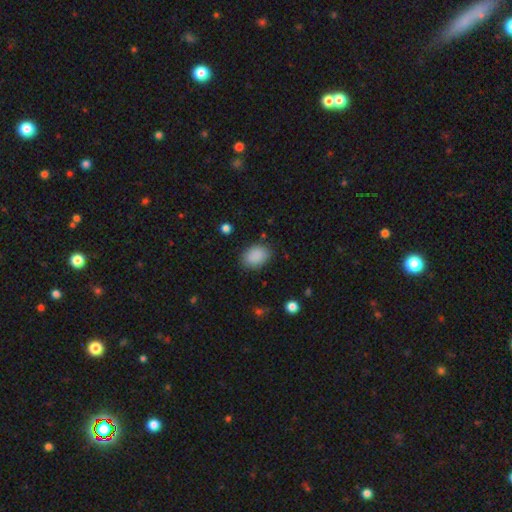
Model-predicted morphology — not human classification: This appears to be a smooth galaxy with no disk features (89%) that is in between round and cigar-shaped (79%). Merging: none (85%).